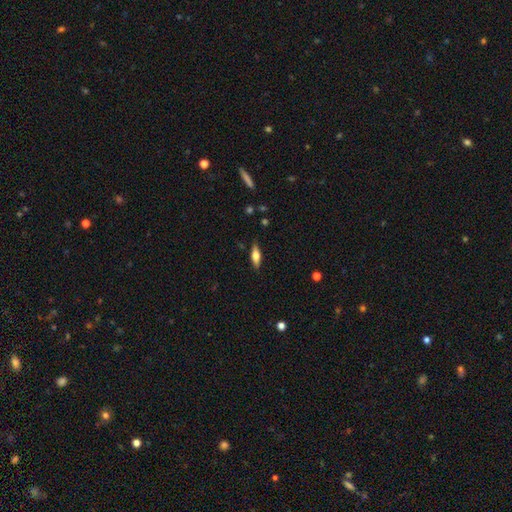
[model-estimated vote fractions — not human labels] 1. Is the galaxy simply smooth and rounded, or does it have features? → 56% smooth, 37% featured or disk, 7% star or artifact.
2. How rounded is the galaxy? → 57% in between, 40% cigar-shaped, 3% round.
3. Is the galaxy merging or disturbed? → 86% none, 10% minor disturbance, 2% major disturbance, 1% merger.